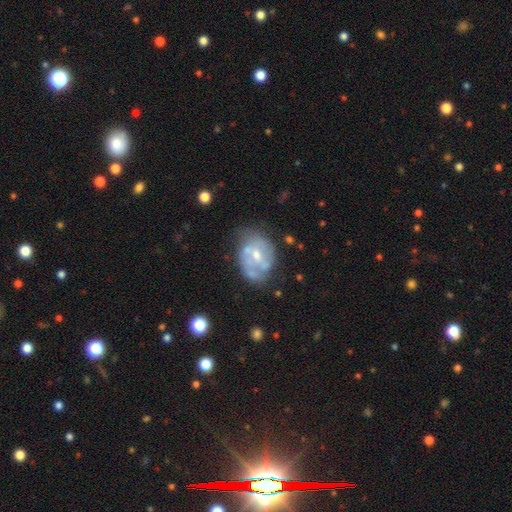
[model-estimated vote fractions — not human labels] A featured or disk galaxy (65%) with no bar (58%), spiral arms (52%) and a moderate central bulge (48%).

Vote fractions:
- Smooth or featured? featured or disk: 65% / smooth: 27% / star or artifact: 7%
- Edge-on disk? no: 97% / yes: 3%
- Bar? no: 58% / weak: 35% / strong: 8%
- Spiral arms? yes: 52% / no: 48%
- Bulge size? moderate: 48% / small: 45% / none: 4% / large: 2% / dominant: 1%
- Merging? none: 44% / minor disturbance: 28% / major disturbance: 16% / merger: 12%